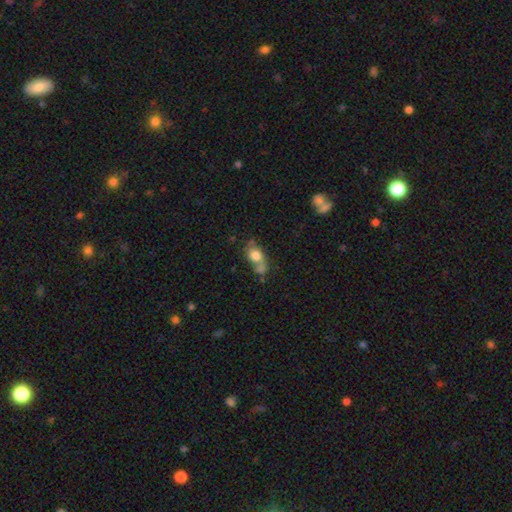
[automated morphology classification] A smooth galaxy with no disk features (69%) that is in between round and cigar-shaped (61%).

Vote fractions:
- Smooth or featured? smooth: 69% / featured or disk: 21% / star or artifact: 9%
- How rounded? in between: 61% / round: 33% / cigar-shaped: 5%
- Merging? none: 36% / merger: 33% / minor disturbance: 20% / major disturbance: 12%